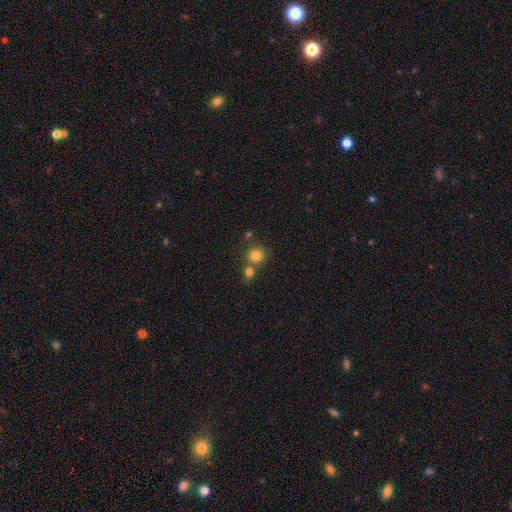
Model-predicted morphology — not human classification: Smooth or featured? smooth (80%)
How rounded? round (91%)
Merging? none (63%)